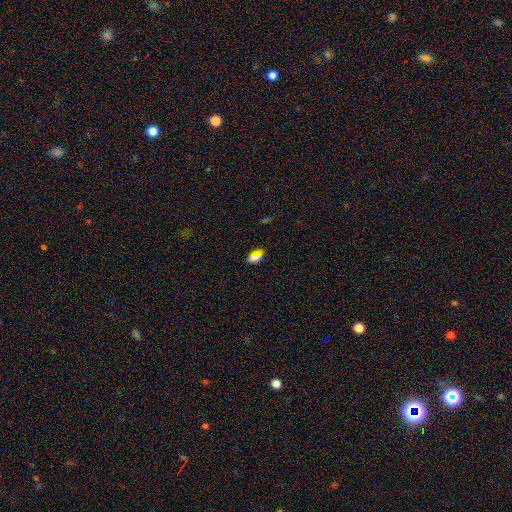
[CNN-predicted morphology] type=smooth (73%); roundness=in between (87%); merging=none (78%).